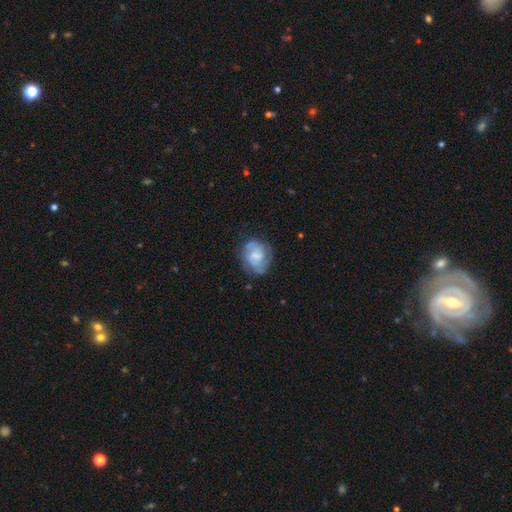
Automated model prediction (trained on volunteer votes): Overall: featured or disk (65%; smooth 28%). Edge-on disk: no (98%). Bar: weak (46%; no 44%). Spiral arms: yes (83%). Spiral arm count: 2 (58%; can't tell 22%). Spiral winding: medium (45%; tight 37%). Bulge size: moderate (35%; small 32%). Merging: none (65%).